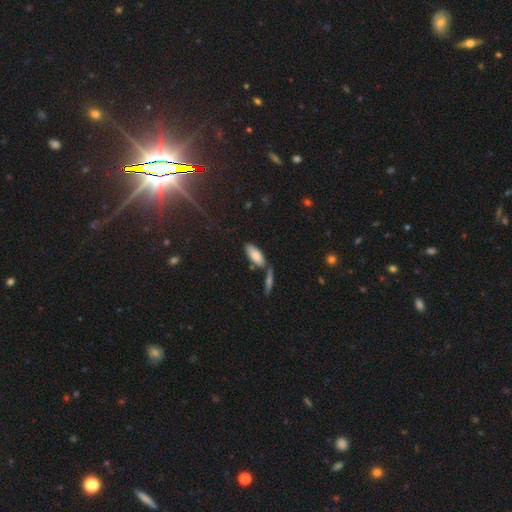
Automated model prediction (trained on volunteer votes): A smooth galaxy with no disk features (80%) that is in between round and cigar-shaped (79%). Merging: none (63%).